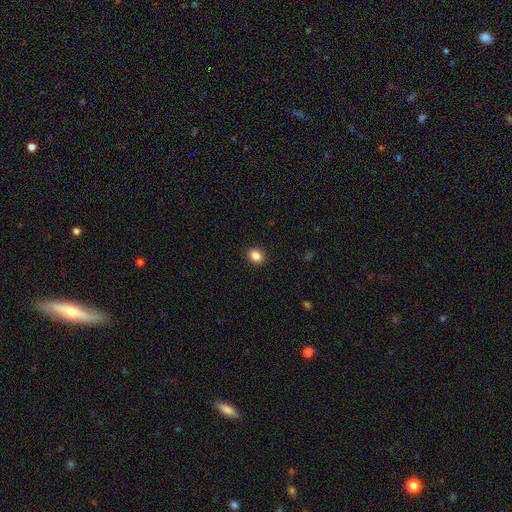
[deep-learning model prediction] smooth-or-featured: smooth: 87% | star or artifact: 9% | featured or disk: 4%
  how-rounded: round: 51% | in between: 48% | cigar-shaped: 1%
  merging: none: 91% | minor disturbance: 6% | major disturbance: 2% | merger: 1%